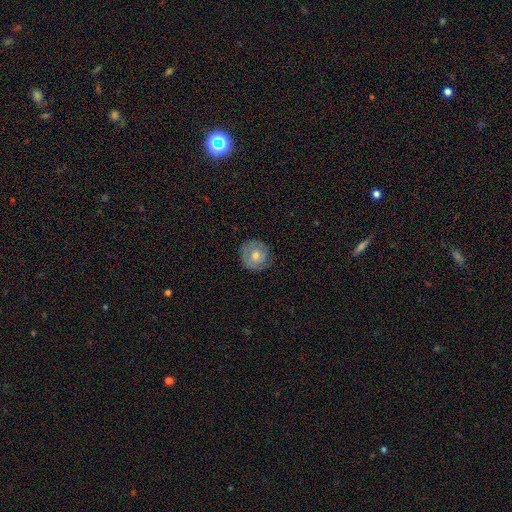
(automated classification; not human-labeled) Smooth or featured? Predicted: featured or disk (p=0.50). Edge-on disk? Predicted: no (p=0.96). Merging? Predicted: none (p=0.80).